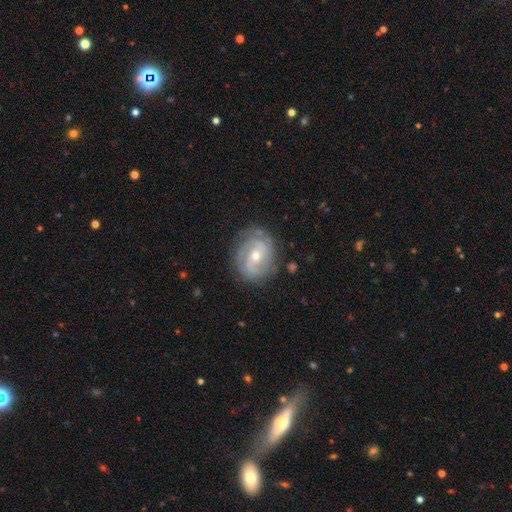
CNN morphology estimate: A featured or disk galaxy (84%) with no bar (46%), 2 (53%) tight (58%) spiral arms (94%) and a moderate central bulge (57%). Merging: none (78%).